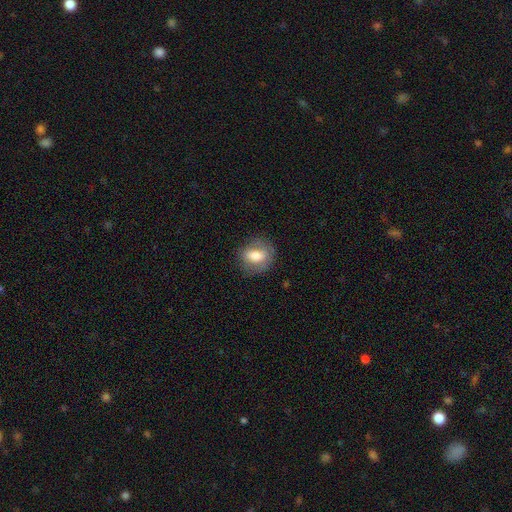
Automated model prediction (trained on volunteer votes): A smooth galaxy with no disk features (63%) that is round (52%). Merging: none (74%).